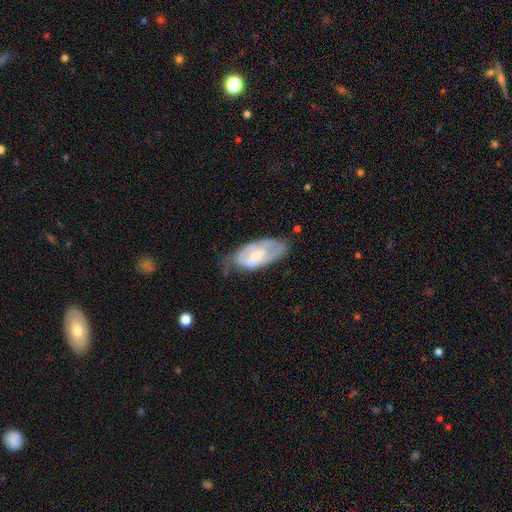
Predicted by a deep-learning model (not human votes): Q: Smooth or featured?
A: featured or disk (61%); runner-up: smooth (33%)
Q: Edge-on disk?
A: no (92%); runner-up: yes (8%)
Q: Bar?
A: no (50%); runner-up: weak (37%)
Q: Spiral arms?
A: yes (59%); runner-up: no (41%)
Q: Bulge size?
A: small (46%); runner-up: moderate (40%)
Q: Merging?
A: none (44%); runner-up: minor disturbance (35%)